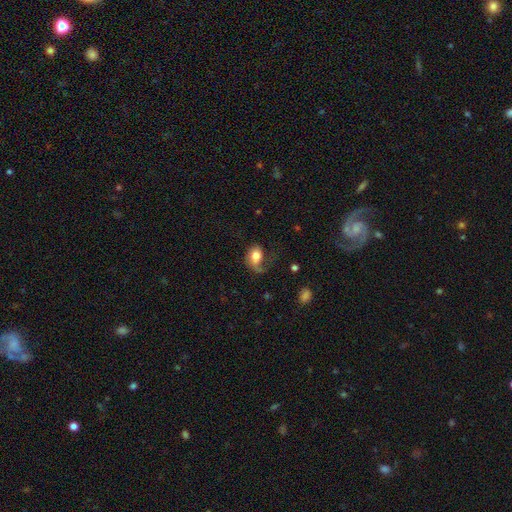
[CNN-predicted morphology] Smooth or featured? smooth (58%)
How rounded? in between (69%)
Merging? major disturbance (38%)